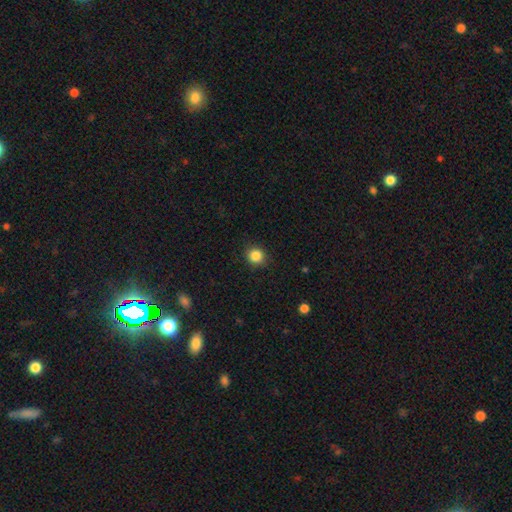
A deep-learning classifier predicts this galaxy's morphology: A smooth galaxy with no disk features (86%) that is round (87%). Merging: none (90%).